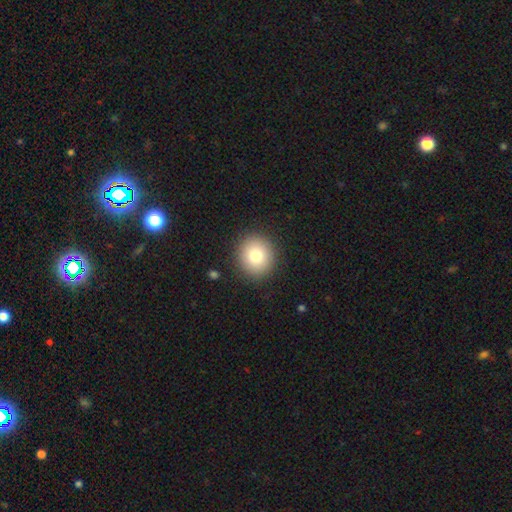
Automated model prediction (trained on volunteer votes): smooth-or-featured: smooth: 80% | featured or disk: 10% | star or artifact: 10%
  how-rounded: round: 88% | in between: 11% | cigar-shaped: 1%
  merging: none: 91% | minor disturbance: 6% | major disturbance: 2% | merger: 1%